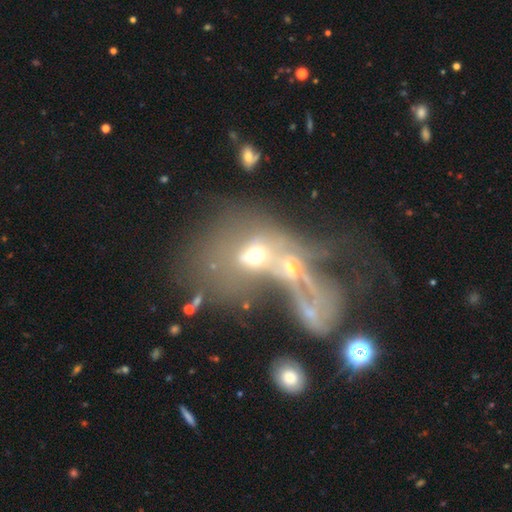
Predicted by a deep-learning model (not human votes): A featured or disk galaxy (42%).

Vote fractions:
- Smooth or featured? featured or disk: 42% / smooth: 37% / star or artifact: 21%
- Merging? merger: 66% / major disturbance: 21% / none: 8% / minor disturbance: 5%